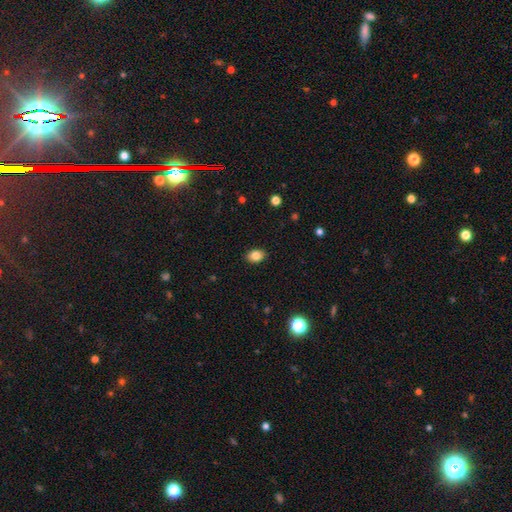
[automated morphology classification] A smooth galaxy with no disk features (84%) that is in between round and cigar-shaped (77%). Merging: none (89%).